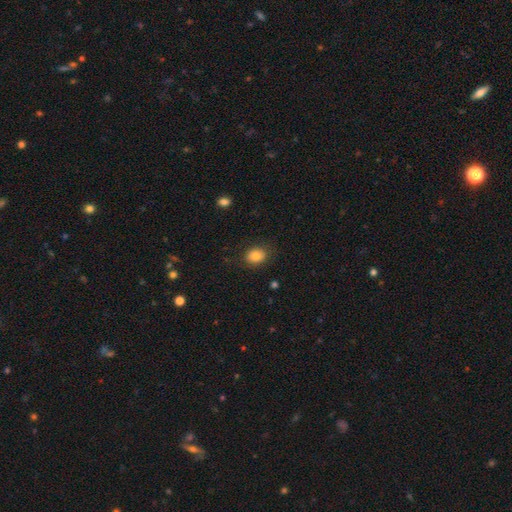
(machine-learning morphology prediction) smooth_or_featured: smooth (p=0.85) [alt: star or artifact p=0.09]
how_rounded: in between (p=0.57) [alt: round p=0.42]
merging: none (p=0.82) [alt: minor disturbance p=0.13]